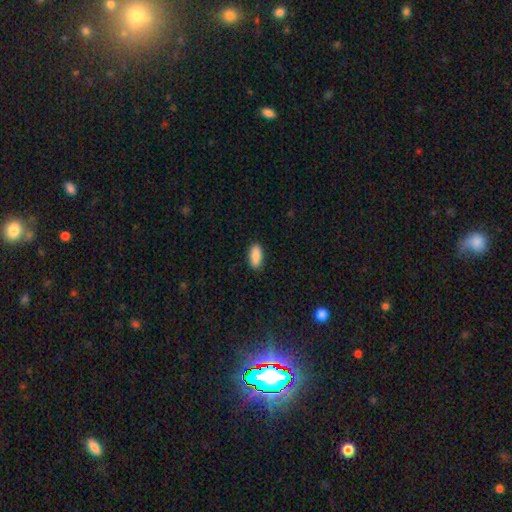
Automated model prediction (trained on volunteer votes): Smooth or featured?
  - smooth: 89% *
  - star or artifact: 6%
  - featured or disk: 5%
How rounded?
  - in between: 90% *
  - cigar-shaped: 7%
  - round: 2%
Merging?
  - none: 88% *
  - minor disturbance: 9%
  - major disturbance: 2%
  - merger: 1%